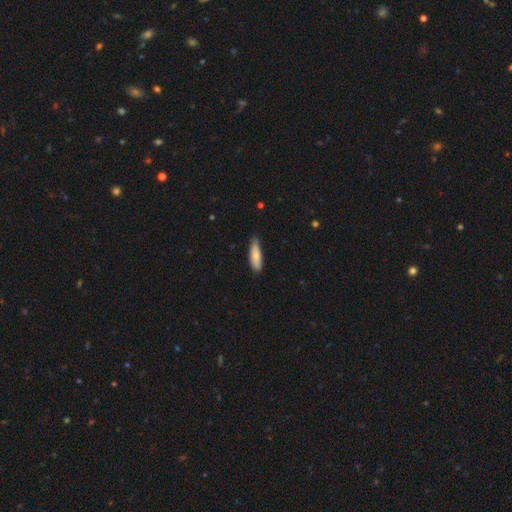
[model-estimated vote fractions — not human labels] smooth-or-featured: smooth: 76% | featured or disk: 18% | star or artifact: 6%
  how-rounded: in between: 50% | cigar-shaped: 48% | round: 2%
  merging: none: 77% | minor disturbance: 20% | major disturbance: 2% | merger: 1%